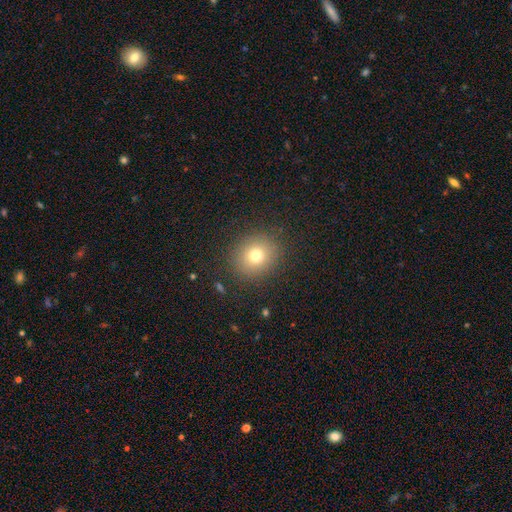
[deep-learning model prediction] A smooth galaxy with no disk features (75%) that is round (82%).

Vote fractions:
- Smooth or featured? smooth: 75% / star or artifact: 14% / featured or disk: 11%
- How rounded? round: 82% / in between: 18% / cigar-shaped: 1%
- Merging? none: 88% / minor disturbance: 7% / major disturbance: 3% / merger: 1%